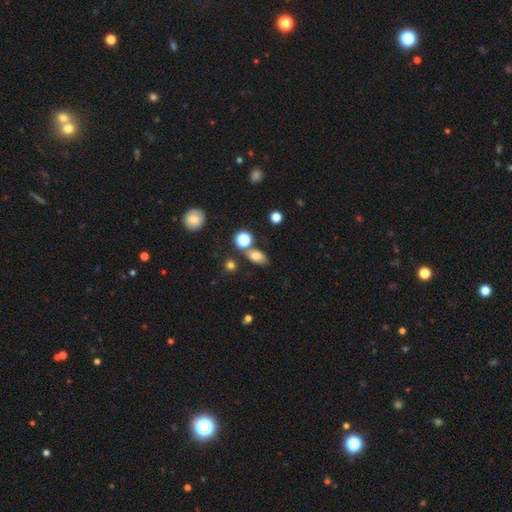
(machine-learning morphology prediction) Smooth or featured? smooth (74%)
How rounded? in between (81%)
Merging? none (65%)